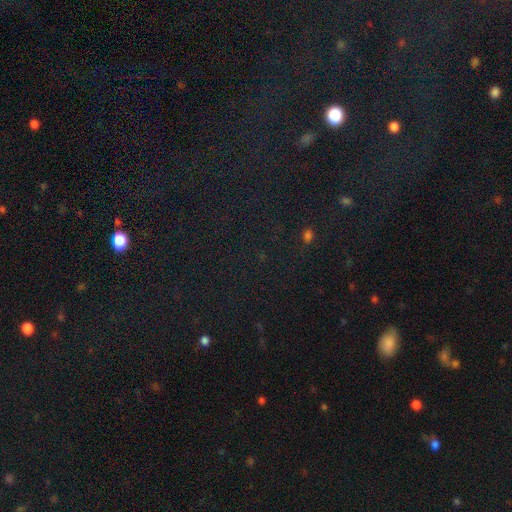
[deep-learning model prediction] Smooth or featured? star or artifact (77%)